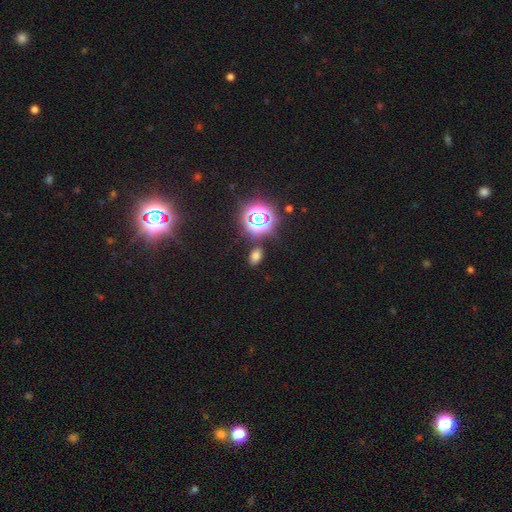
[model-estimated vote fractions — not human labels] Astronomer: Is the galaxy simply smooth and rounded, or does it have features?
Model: smooth — 64%.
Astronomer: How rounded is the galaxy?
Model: in between — 83%.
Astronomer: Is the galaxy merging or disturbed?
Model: none — 84%.